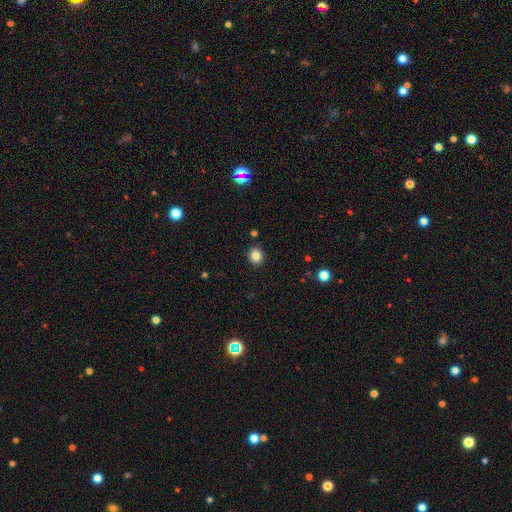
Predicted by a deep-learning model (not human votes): Smooth or featured? smooth (83%)
How rounded? round (72%)
Merging? none (90%)